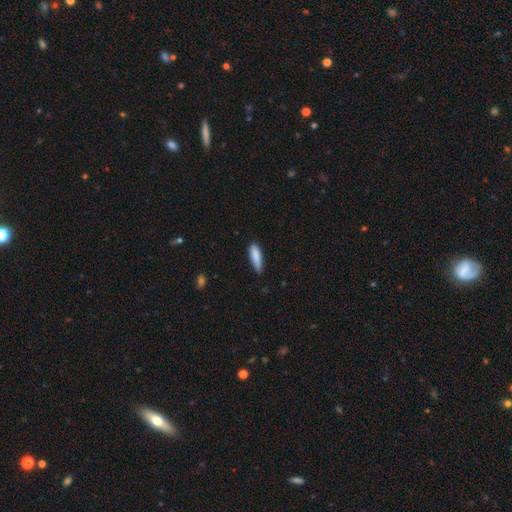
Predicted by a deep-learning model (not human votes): Smooth or featured? Predicted: smooth (p=0.87). How rounded? Predicted: cigar-shaped (p=0.53). Merging? Predicted: none (p=0.72).